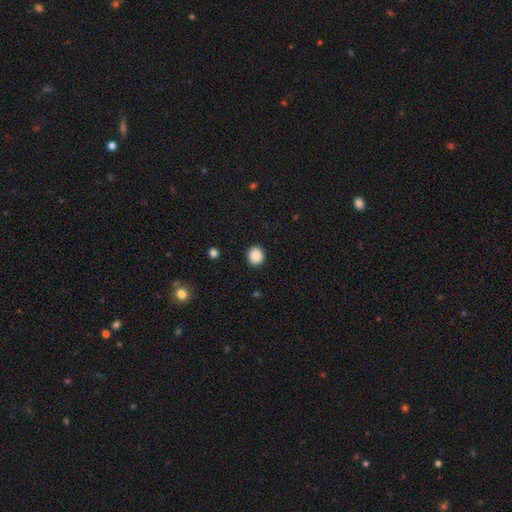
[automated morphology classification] smooth 89%, star or artifact 9%, featured or disk 2%. Down the decision tree: how rounded — round (83%); merging — none (91%).